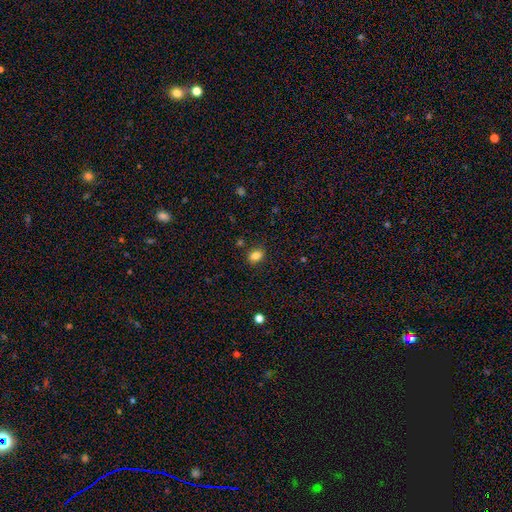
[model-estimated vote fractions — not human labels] smooth_or_featured: smooth (p=0.84) [alt: star or artifact p=0.11]
how_rounded: in between (p=0.73) [alt: round p=0.26]
merging: none (p=0.83) [alt: minor disturbance p=0.11]